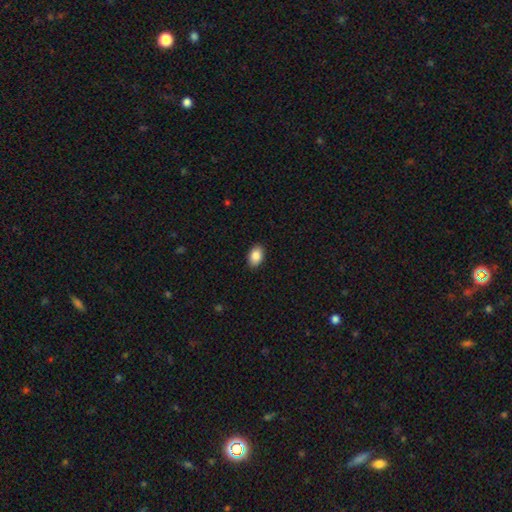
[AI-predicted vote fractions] This is clearly a smooth galaxy (88%). How rounded: clearly in between (88%). Merging: clearly none (90%).